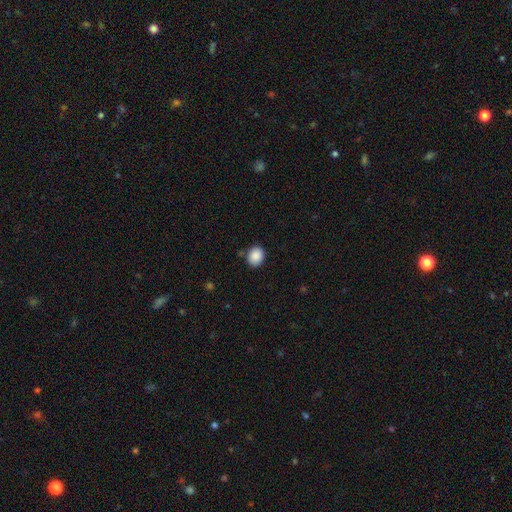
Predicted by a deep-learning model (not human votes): Morphology: type=smooth (89%); roundness=round (68%); merging=none (82%).